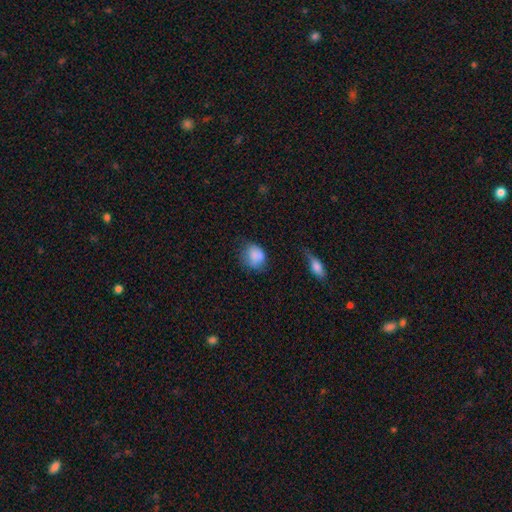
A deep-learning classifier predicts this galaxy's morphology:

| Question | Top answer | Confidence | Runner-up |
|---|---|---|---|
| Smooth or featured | smooth | 81% | featured or disk (10%) |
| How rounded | round | 55% | in between (44%) |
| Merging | none | 49% | minor disturbance (32%) |